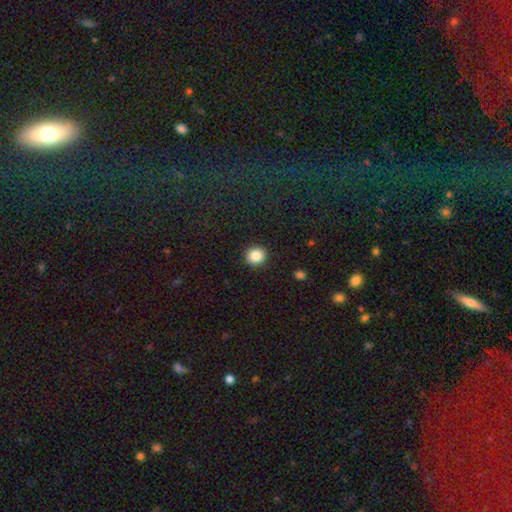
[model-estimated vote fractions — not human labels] smooth 86%, star or artifact 9%, featured or disk 4%. Down the decision tree: how rounded — round (88%); merging — none (92%).